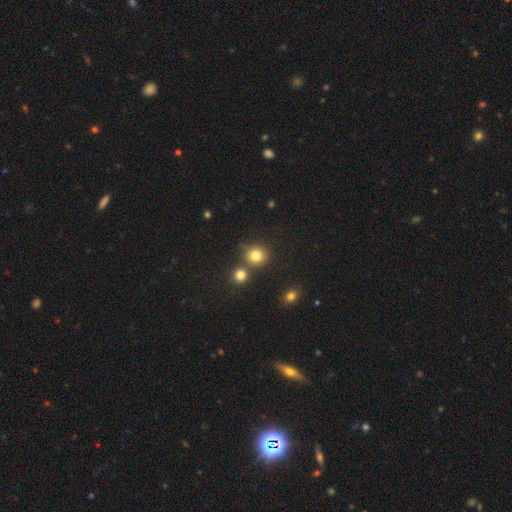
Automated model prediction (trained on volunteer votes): This appears to be a smooth galaxy with no disk features (79%) that is round (86%). Merging: none (68%).